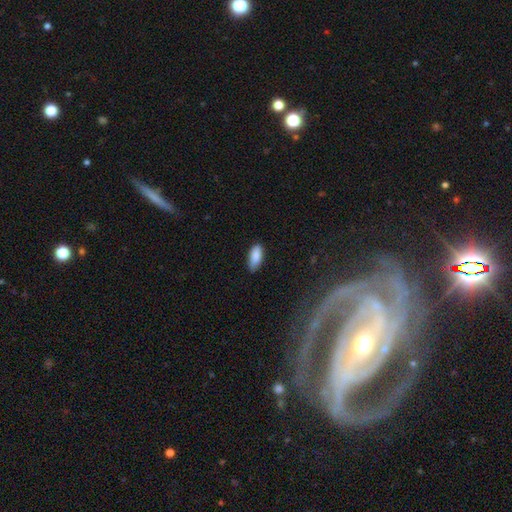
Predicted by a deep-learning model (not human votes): Q: Smooth or featured?
A: smooth (88%); runner-up: star or artifact (6%)
Q: How rounded?
A: in between (84%); runner-up: cigar-shaped (14%)
Q: Merging?
A: none (81%); runner-up: minor disturbance (16%)